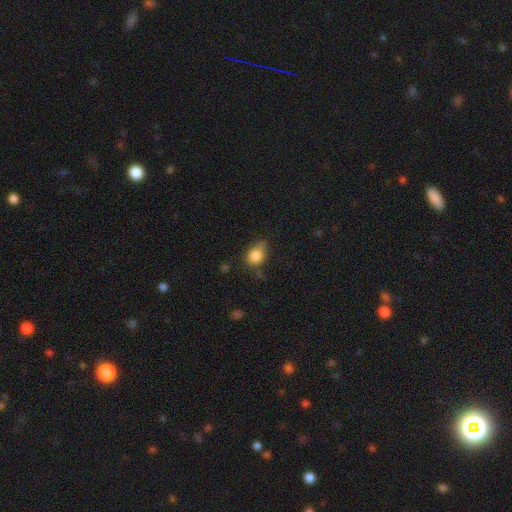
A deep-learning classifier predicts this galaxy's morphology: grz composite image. It shows a smooth galaxy with no disk features (80%) that is in between round and cigar-shaped (50%). Merging: none (49%).